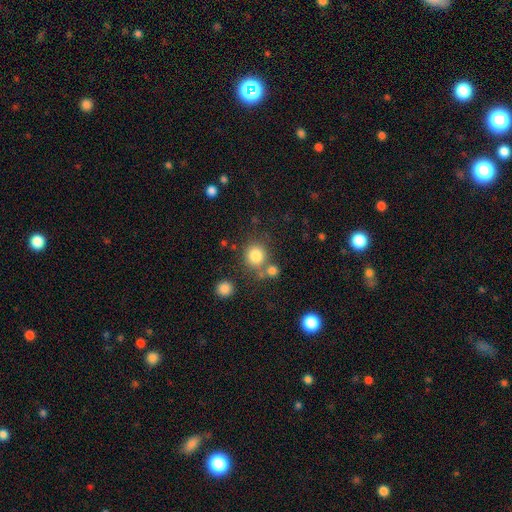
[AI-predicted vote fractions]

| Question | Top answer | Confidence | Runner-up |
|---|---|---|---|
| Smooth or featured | smooth | 81% | star or artifact (11%) |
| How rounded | round | 87% | in between (12%) |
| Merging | none | 66% | merger (19%) |